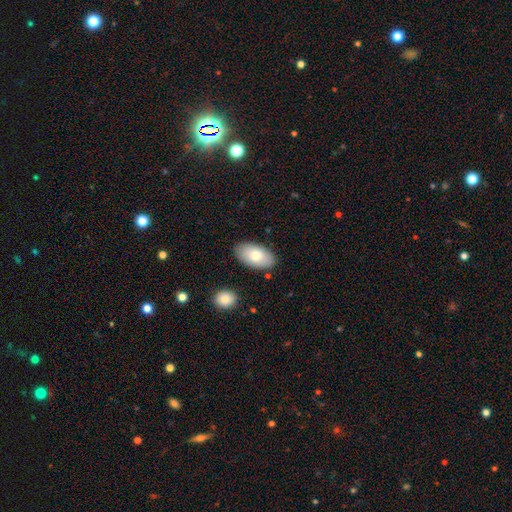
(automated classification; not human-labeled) A smooth galaxy with no disk features (76%) that is in between round and cigar-shaped (95%).

Vote fractions:
- Smooth or featured? smooth: 76% / featured or disk: 18% / star or artifact: 6%
- How rounded? in between: 95% / round: 3% / cigar-shaped: 2%
- Merging? none: 85% / minor disturbance: 10% / merger: 2% / major disturbance: 2%